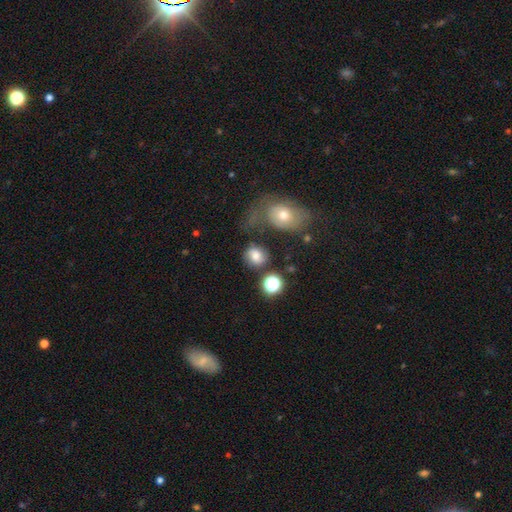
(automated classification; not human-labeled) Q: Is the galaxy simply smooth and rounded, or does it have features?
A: smooth — 68%.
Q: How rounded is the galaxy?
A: round — 69%.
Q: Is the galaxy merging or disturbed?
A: none — 59%.